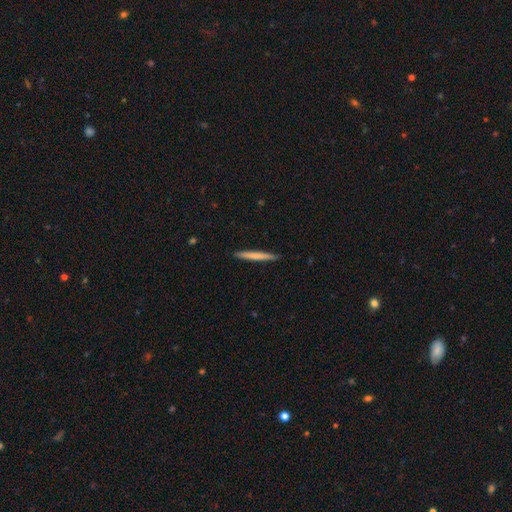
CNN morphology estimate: smooth 70%, featured or disk 25%, star or artifact 5%. Down the decision tree: how rounded — cigar-shaped (97%); merging — none (91%).